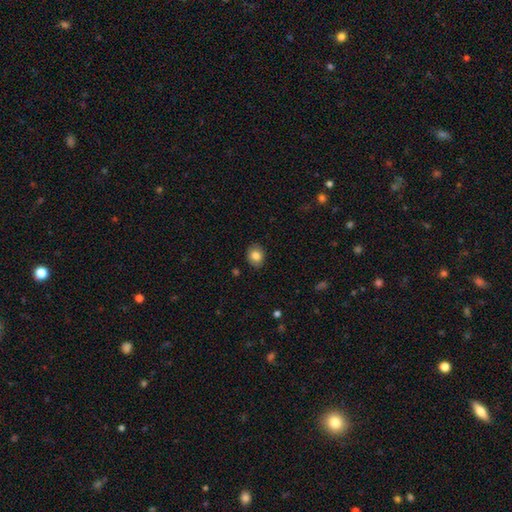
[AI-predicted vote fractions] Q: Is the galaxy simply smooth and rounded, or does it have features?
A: smooth — 83%.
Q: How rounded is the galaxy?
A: round — 55%.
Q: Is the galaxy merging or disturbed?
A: none — 87%.